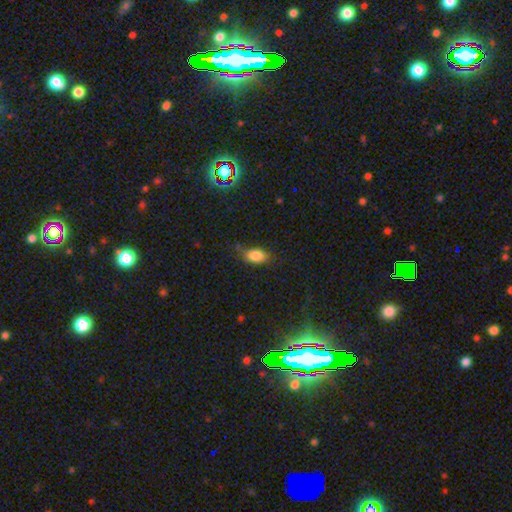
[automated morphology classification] Q: Smooth or featured?
A: smooth (84%); runner-up: star or artifact (10%)
Q: How rounded?
A: in between (87%); runner-up: round (9%)
Q: Merging?
A: none (66%); runner-up: minor disturbance (24%)